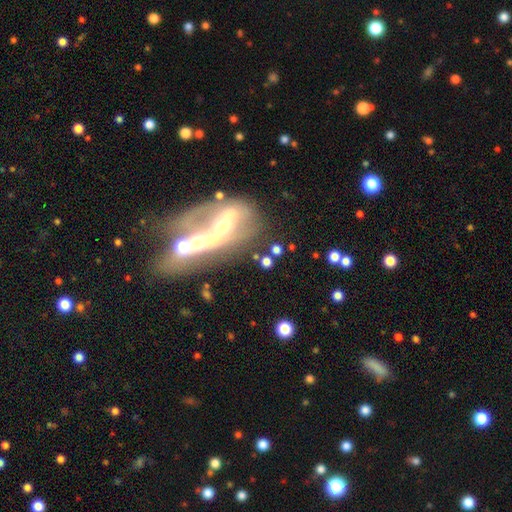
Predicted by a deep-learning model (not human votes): Smooth or featured? Predicted: featured or disk (p=0.61). Edge-on disk? Predicted: no (p=0.88). Bar? Predicted: no (p=0.53). Spiral arms? Predicted: no (p=0.61). Bulge size? Predicted: moderate (p=0.56). Merging? Predicted: merger (p=0.58).